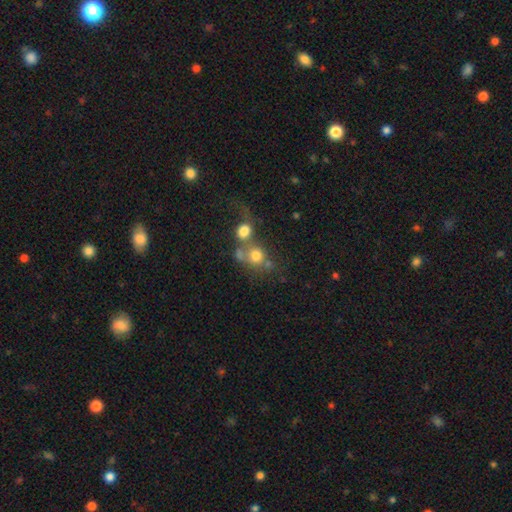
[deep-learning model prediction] A smooth galaxy with no disk features (70%) that is round (78%).

Vote fractions:
- Smooth or featured? smooth: 70% / featured or disk: 16% / star or artifact: 13%
- How rounded? round: 78% / in between: 21% / cigar-shaped: 1%
- Merging? merger: 47% / none: 32% / major disturbance: 11% / minor disturbance: 9%